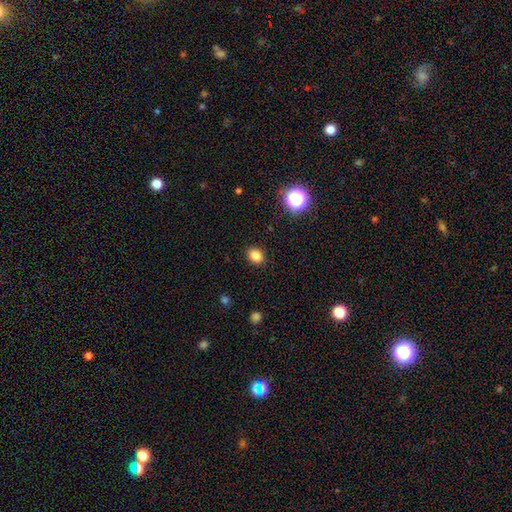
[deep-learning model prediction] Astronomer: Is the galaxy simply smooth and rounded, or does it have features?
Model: smooth — 83%.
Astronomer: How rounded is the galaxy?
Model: round — 58% (runner-up: in between, 41%).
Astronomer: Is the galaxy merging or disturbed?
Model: none — 90%.